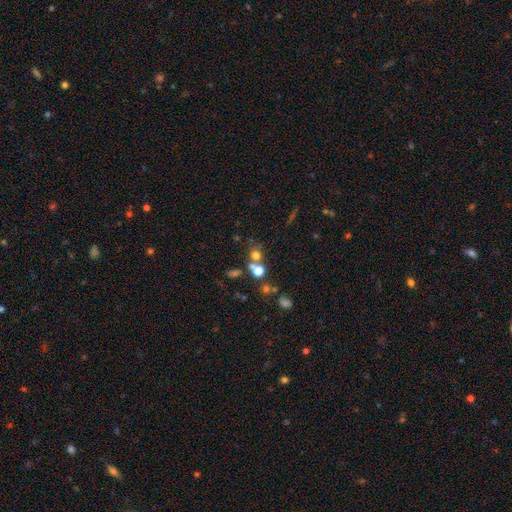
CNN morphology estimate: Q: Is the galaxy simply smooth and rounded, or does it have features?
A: smooth — 55%.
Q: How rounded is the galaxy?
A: round — 81%.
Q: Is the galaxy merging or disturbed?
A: none — 53%.